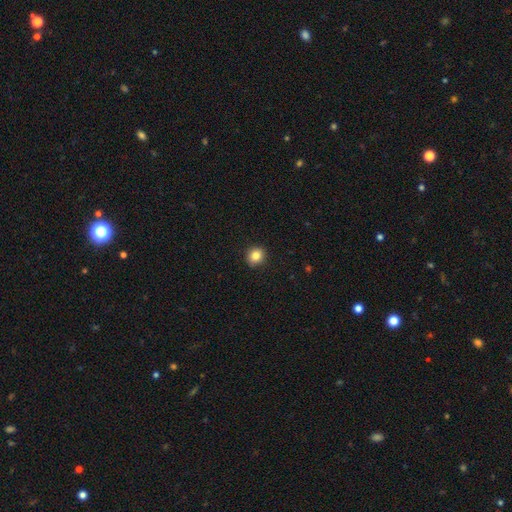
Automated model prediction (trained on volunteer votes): The model was most divided on "how rounded": round: 83%, in between: 16%, cigar-shaped: 1%. More confident: merging — none (91%); smooth or featured — smooth (84%).